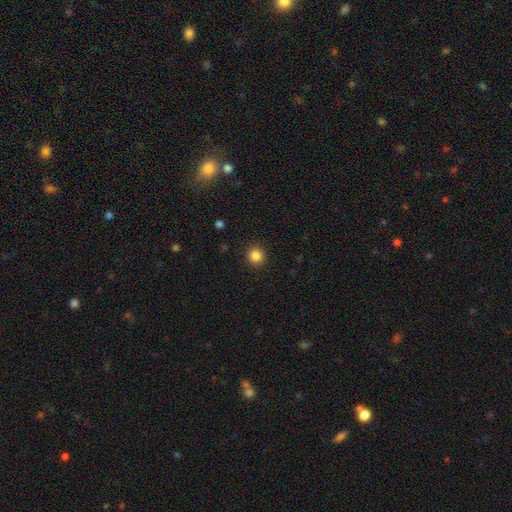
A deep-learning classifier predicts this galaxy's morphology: This appears to be a smooth galaxy with no disk features (84%) that is round (93%). Merging: none (92%).